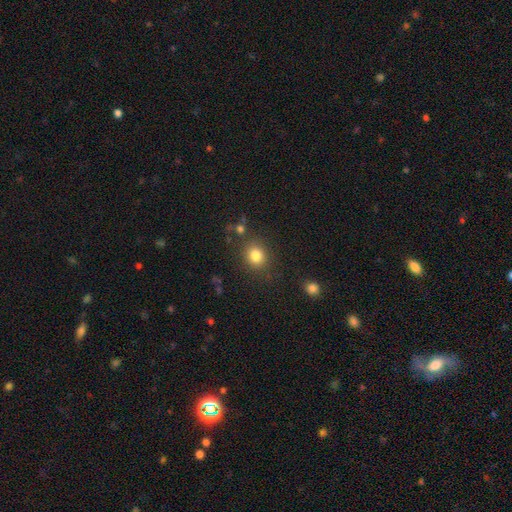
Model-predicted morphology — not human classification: Q: Smooth or featured?
A: smooth (83%); runner-up: star or artifact (12%)
Q: How rounded?
A: round (74%); runner-up: in between (25%)
Q: Merging?
A: none (83%); runner-up: minor disturbance (10%)